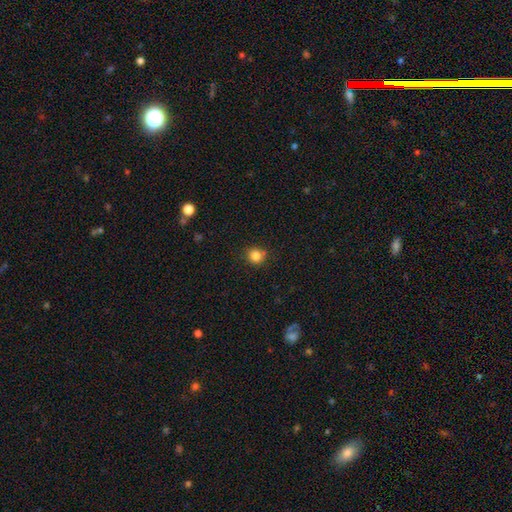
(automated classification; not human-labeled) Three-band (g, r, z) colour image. It shows a smooth galaxy with no disk features (84%) that is round (87%). Merging: none (80%).